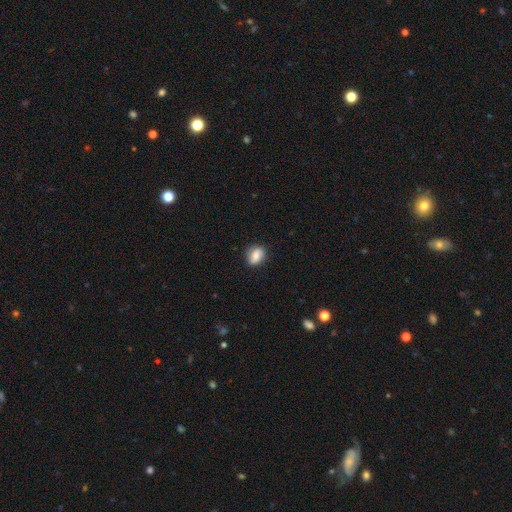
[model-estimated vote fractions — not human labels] Smooth or featured?
  - smooth: 66% *
  - featured or disk: 25%
  - star or artifact: 9%
How rounded?
  - round: 51% *
  - in between: 48%
  - cigar-shaped: 2%
Merging?
  - none: 83% *
  - minor disturbance: 13%
  - major disturbance: 3%
  - merger: 1%